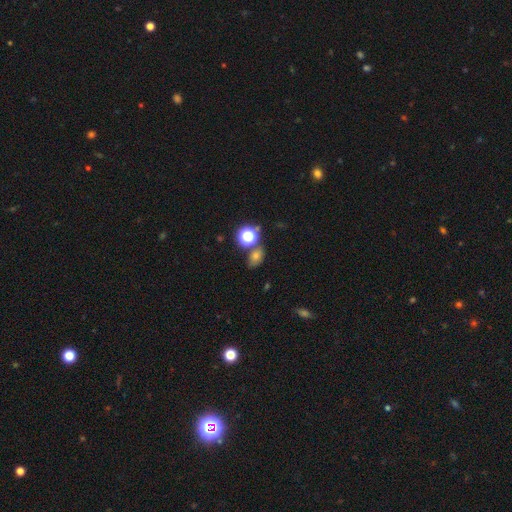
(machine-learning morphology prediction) Overall: smooth (52%; star or artifact 36%). How rounded: in between (52%; round 47%). Merging: none (69%).